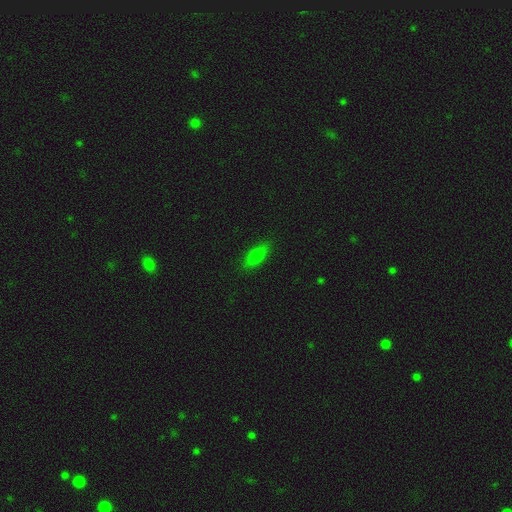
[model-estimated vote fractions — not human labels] Morphology: type=smooth (72%); roundness=in between (71%); merging=none (86%).